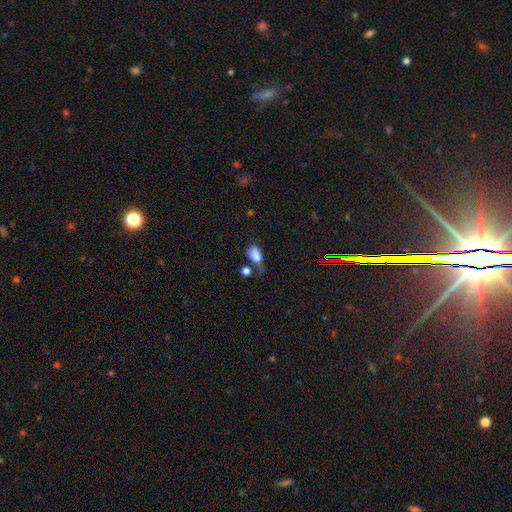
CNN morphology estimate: smooth 80%, star or artifact 12%, featured or disk 8%. Down the decision tree: how rounded — in between (86%); merging — none (33%).